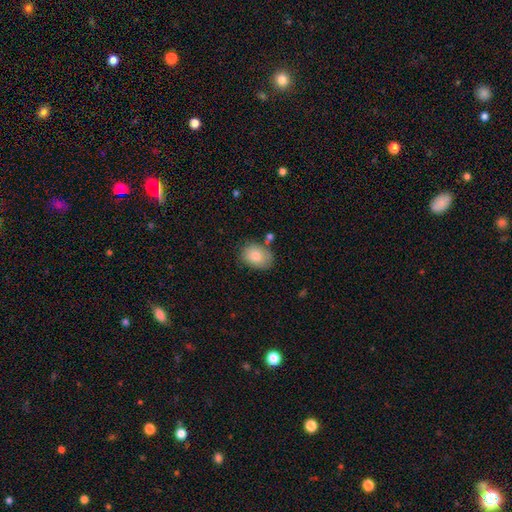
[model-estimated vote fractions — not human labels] The model was most divided on "merging": none: 67%, minor disturbance: 21%, merger: 7%, major disturbance: 5%. More confident: smooth or featured — smooth (83%); how rounded — in between (76%).